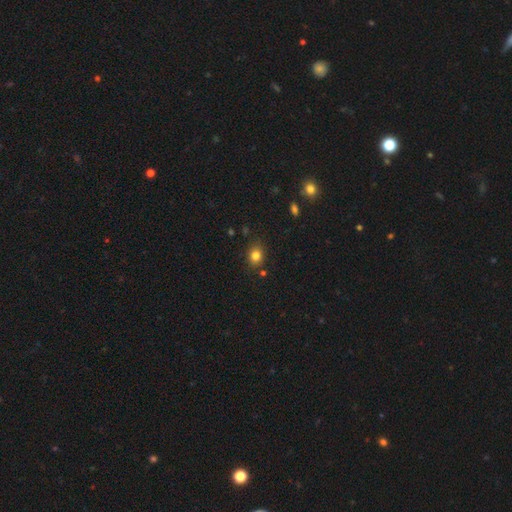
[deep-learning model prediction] Morphology: type=smooth (81%); roundness=round (59%); merging=none (83%).